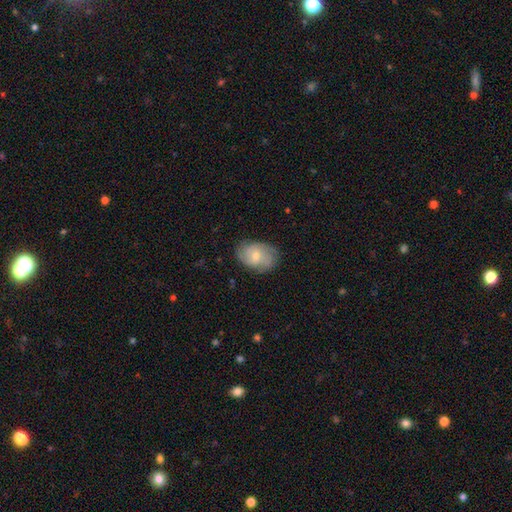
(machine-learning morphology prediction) This appears to be a smooth galaxy with no disk features (48%). Merging: none (73%).